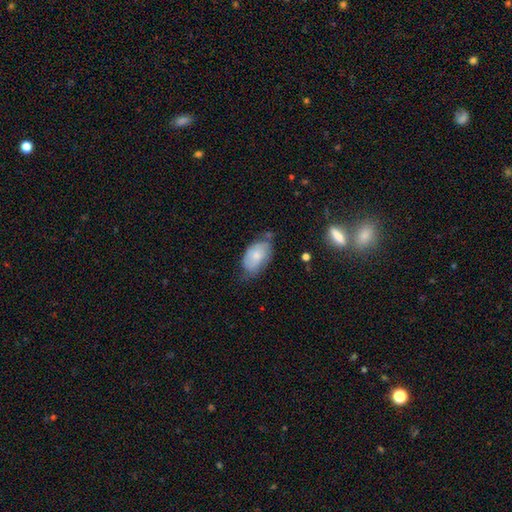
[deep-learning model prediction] smooth-or-featured: smooth: 70% | featured or disk: 23% | star or artifact: 7%
  how-rounded: in between: 93% | round: 5% | cigar-shaped: 2%
  merging: none: 53% | minor disturbance: 34% | major disturbance: 9% | merger: 4%